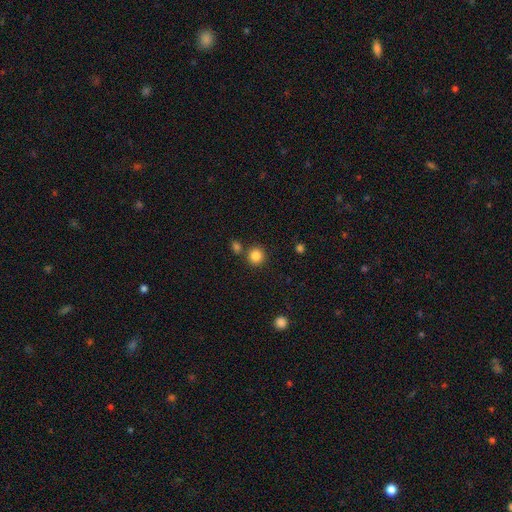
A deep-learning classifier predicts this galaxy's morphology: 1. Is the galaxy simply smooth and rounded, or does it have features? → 85% smooth, 11% star or artifact, 4% featured or disk.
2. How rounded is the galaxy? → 92% round, 7% in between, 1% cigar-shaped.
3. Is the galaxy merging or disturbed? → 79% none, 11% merger, 7% minor disturbance, 3% major disturbance.